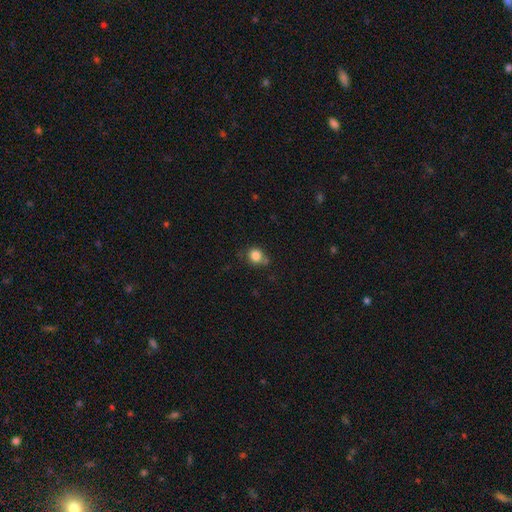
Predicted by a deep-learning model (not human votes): This is clearly a smooth galaxy (83%). How rounded: clearly round (85%). Merging: likely none (69%).